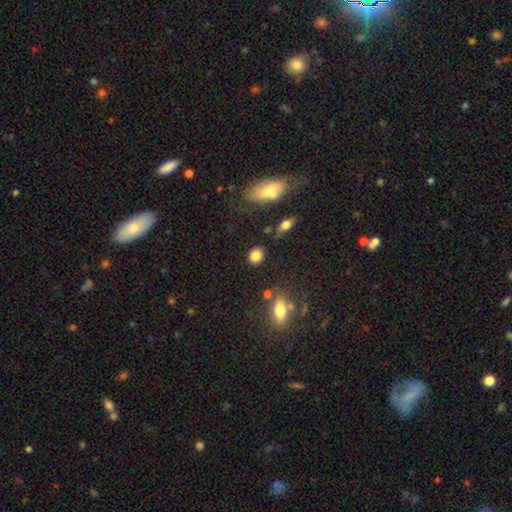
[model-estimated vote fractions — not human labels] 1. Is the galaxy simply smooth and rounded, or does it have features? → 84% smooth, 10% star or artifact, 6% featured or disk.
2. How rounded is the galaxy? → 66% round, 32% in between, 2% cigar-shaped.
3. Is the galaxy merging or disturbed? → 81% none, 11% minor disturbance, 4% merger, 4% major disturbance.